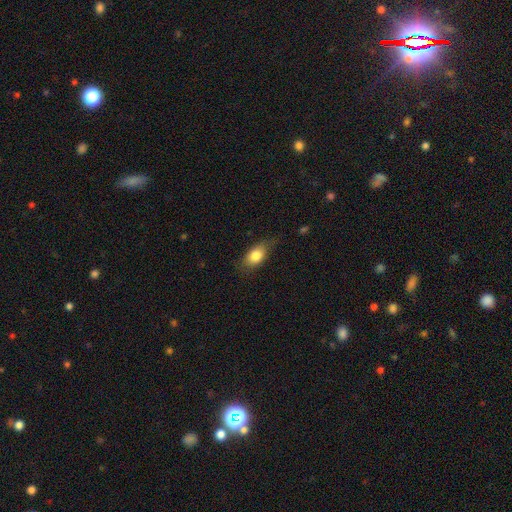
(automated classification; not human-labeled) Smooth or featured? smooth (79%)
How rounded? in between (82%)
Merging? none (67%)